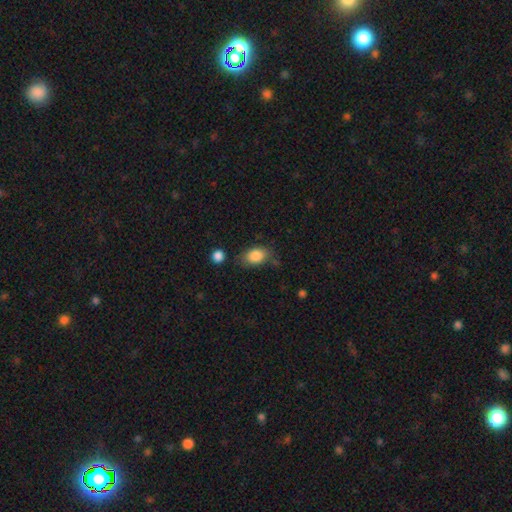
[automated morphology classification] smooth-or-featured: smooth: 86% | star or artifact: 8% | featured or disk: 6%
  how-rounded: in between: 82% | round: 16% | cigar-shaped: 2%
  merging: none: 69% | minor disturbance: 21% | major disturbance: 6% | merger: 5%